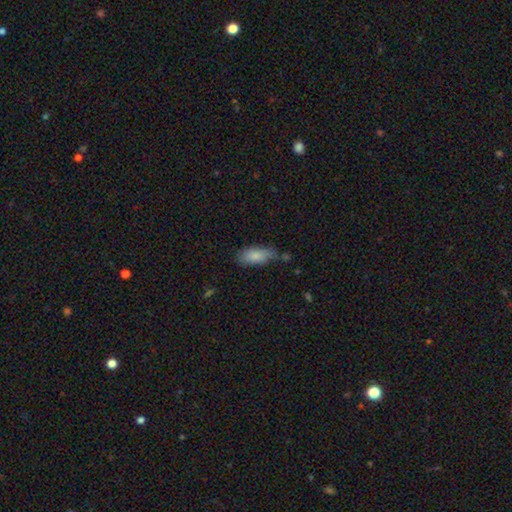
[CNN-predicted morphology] Smooth or featured? smooth (82%)
How rounded? in between (84%)
Merging? none (54%)